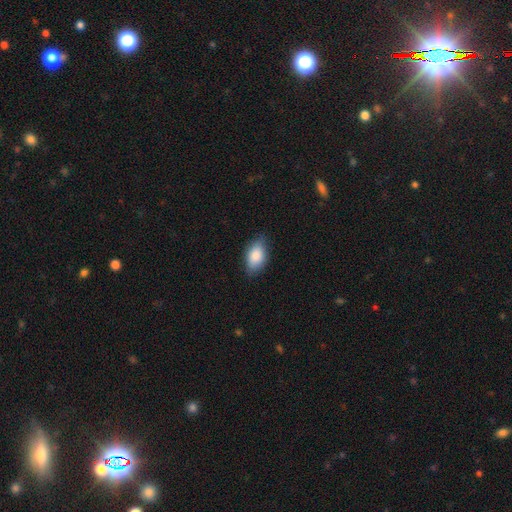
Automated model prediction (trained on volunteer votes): Smooth or featured? Predicted: smooth (p=0.86). How rounded? Predicted: in between (p=0.92). Merging? Predicted: none (p=0.80).